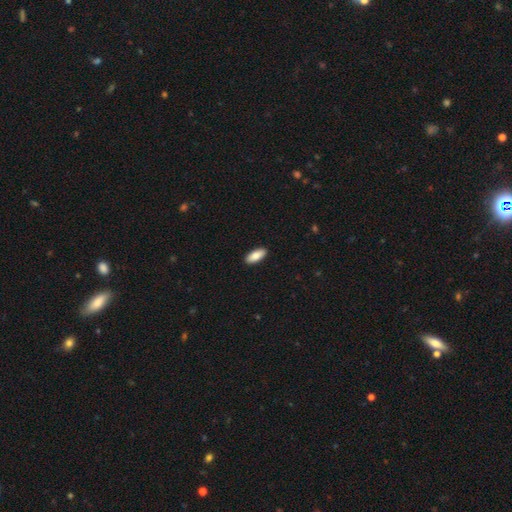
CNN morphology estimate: A smooth galaxy with no disk features (85%) that is in between round and cigar-shaped (83%). Merging: none (91%).